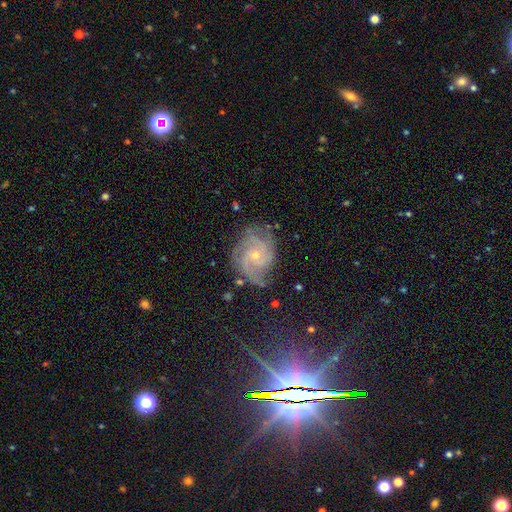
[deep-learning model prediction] A featured or disk galaxy (84%) with no bar (72%), 3 (30%) tight (44%) spiral arms (96%) and a small central bulge (71%).

Vote fractions:
- Smooth or featured? featured or disk: 84% / smooth: 8% / star or artifact: 8%
- Edge-on disk? no: 98% / yes: 2%
- Bar? no: 72% / weak: 24% / strong: 4%
- Spiral arms? yes: 96% / no: 4%
- Spiral winding? tight: 44% / medium: 43% / loose: 13%
- Spiral arm count? 3: 30% / 2: 25% / can't tell: 20% / 4: 12% / 1: 6% / more than 4: 6%
- Bulge size? small: 71% / moderate: 26% / none: 1% / large: 1% / dominant: 1%
- Merging? none: 68% / minor disturbance: 21% / major disturbance: 9% / merger: 2%